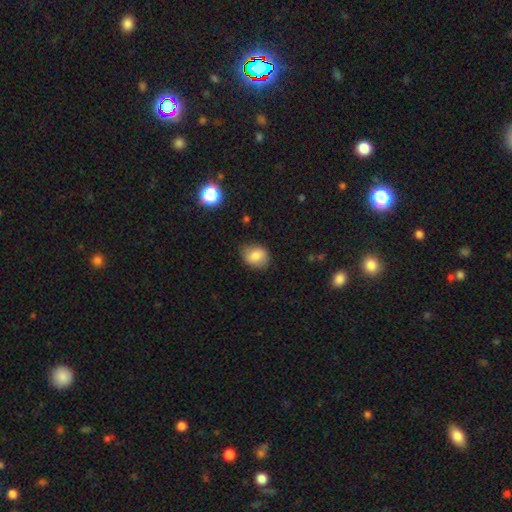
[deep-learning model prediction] A smooth galaxy with no disk features (79%) that is in between round and cigar-shaped (51%). Merging: none (78%).